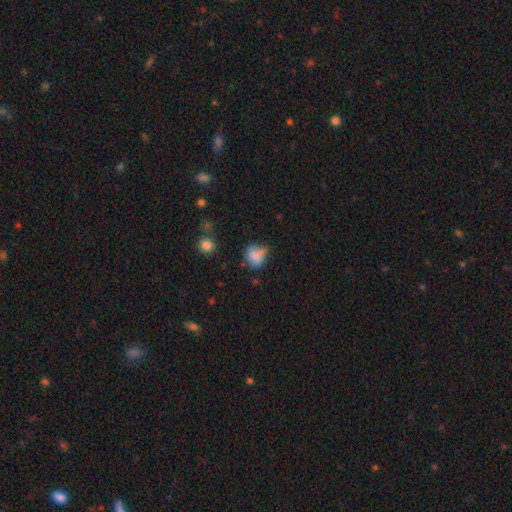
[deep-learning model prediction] Morphology: type=smooth (74%); roundness=round (51%); merging=none (42%).